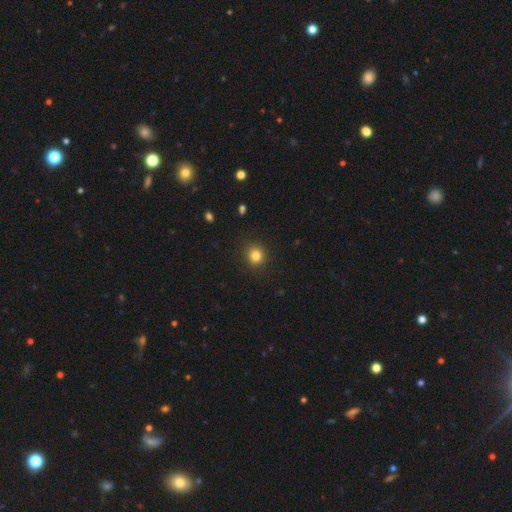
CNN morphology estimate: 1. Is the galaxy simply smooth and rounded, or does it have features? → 83% smooth, 12% star or artifact, 5% featured or disk.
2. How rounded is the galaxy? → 90% round, 9% in between, 1% cigar-shaped.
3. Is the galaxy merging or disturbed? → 90% none, 7% minor disturbance, 2% major disturbance, 1% merger.